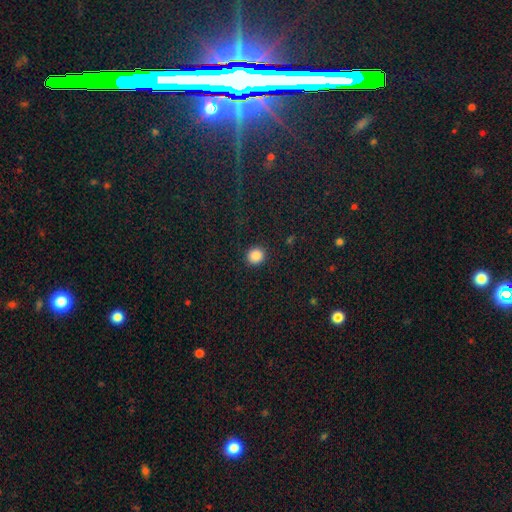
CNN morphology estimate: smooth 88%, star or artifact 10%, featured or disk 3%. Down the decision tree: how rounded — round (89%); merging — none (92%).